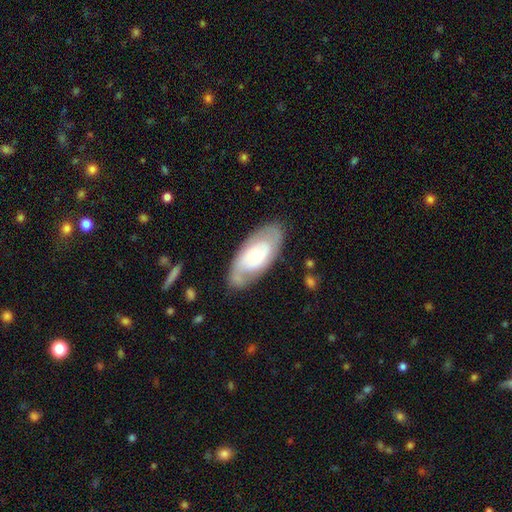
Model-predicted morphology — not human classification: Smooth or featured? featured or disk (67%)
Edge-on disk? no (92%)
Bar? no (70%)
Spiral arms? yes (78%)
Bulge size? small (48%)
Merging? none (76%)